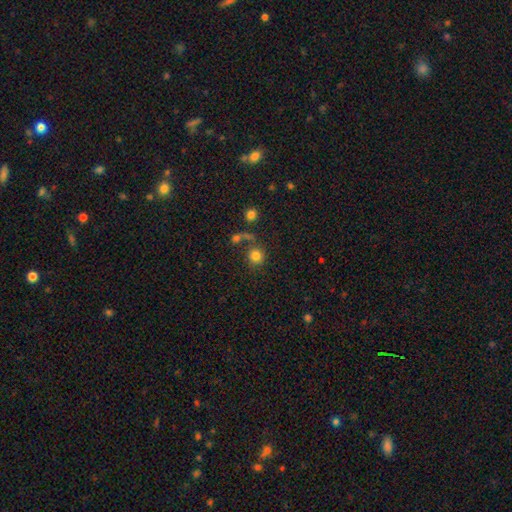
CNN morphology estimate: This is clearly a smooth galaxy (81%). How rounded: clearly round (91%). Merging: likely none (65%).